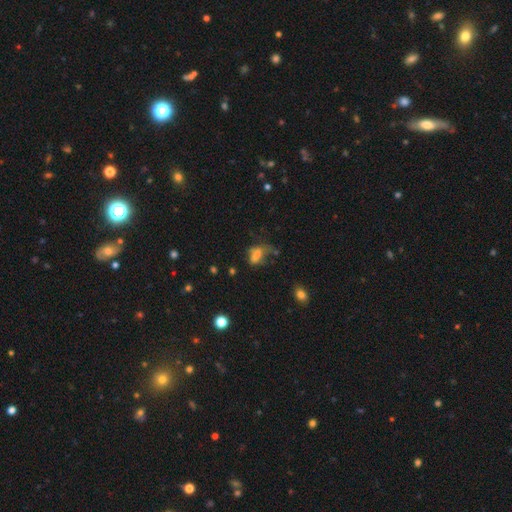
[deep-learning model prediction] smooth-or-featured: smooth: 66% | featured or disk: 18% | star or artifact: 16%
  how-rounded: in between: 81% | round: 12% | cigar-shaped: 7%
  merging: major disturbance: 36% | none: 29% | minor disturbance: 28% | merger: 8%